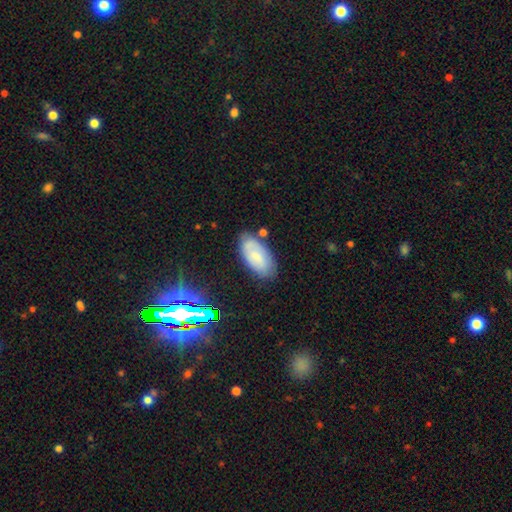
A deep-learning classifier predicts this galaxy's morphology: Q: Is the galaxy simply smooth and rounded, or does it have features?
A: smooth — 62%.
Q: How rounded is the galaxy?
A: in between — 93%.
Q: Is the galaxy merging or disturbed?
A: none — 75%.